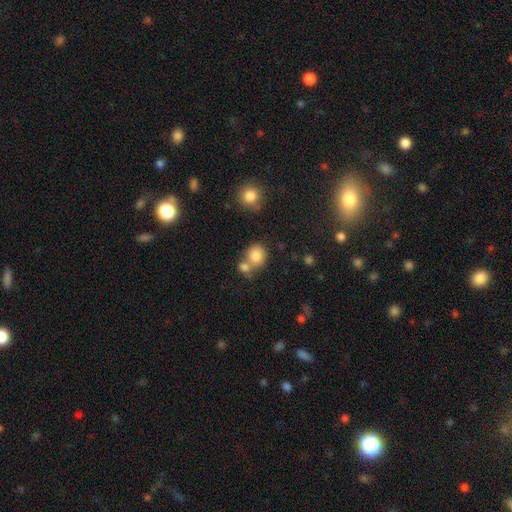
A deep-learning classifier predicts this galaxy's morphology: This appears to be a smooth galaxy with no disk features (82%) that is round (79%). Merging: none (48%).